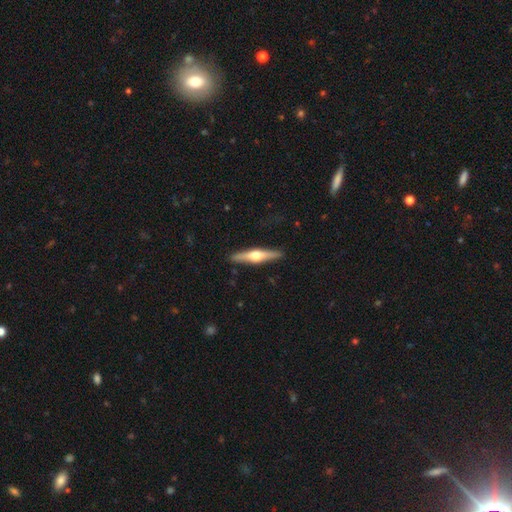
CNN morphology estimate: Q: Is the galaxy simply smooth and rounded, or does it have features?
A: featured or disk — 69%.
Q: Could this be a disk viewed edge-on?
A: yes — 97%.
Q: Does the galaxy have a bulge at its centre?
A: rounded — 95%.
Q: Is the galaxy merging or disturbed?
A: none — 91%.